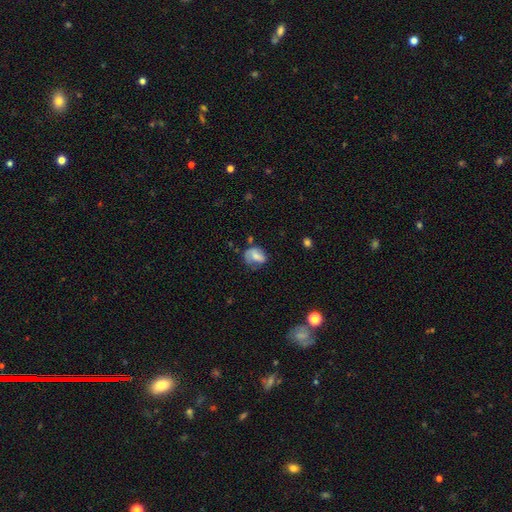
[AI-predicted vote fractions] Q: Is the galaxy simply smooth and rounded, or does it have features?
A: smooth — 60%.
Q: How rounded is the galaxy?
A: in between — 58%.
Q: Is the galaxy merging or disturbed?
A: none — 41%.